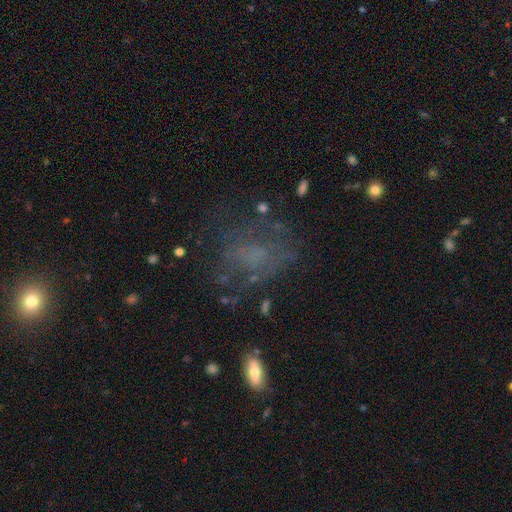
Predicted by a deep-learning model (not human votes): The model was most divided on "smooth or featured": featured or disk: 42%, smooth: 34%, star or artifact: 24%. More confident: merging — none (54%).